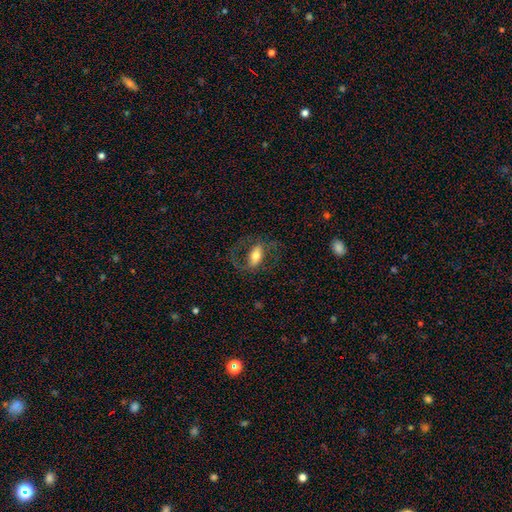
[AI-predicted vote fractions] Overall: featured or disk (61%; smooth 32%). Edge-on disk: no (89%). Bar: strong (47%; weak 29%). Spiral arms: yes (73%). Bulge size: moderate (61%). Merging: none (67%).